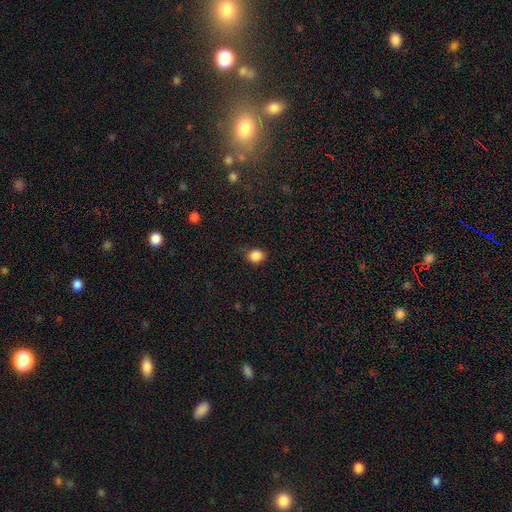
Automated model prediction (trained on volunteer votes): smooth-or-featured: smooth: 86% | star or artifact: 10% | featured or disk: 3%
  how-rounded: round: 79% | in between: 20% | cigar-shaped: 1%
  merging: none: 82% | minor disturbance: 13% | major disturbance: 3% | merger: 1%